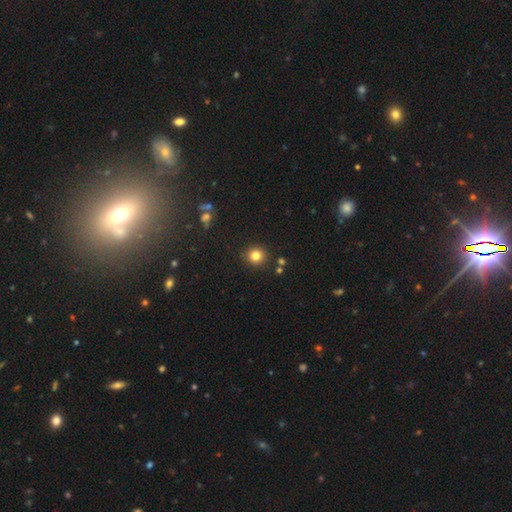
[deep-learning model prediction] smooth-or-featured: smooth: 81% | star or artifact: 13% | featured or disk: 6%
  how-rounded: round: 89% | in between: 10% | cigar-shaped: 1%
  merging: none: 88% | minor disturbance: 7% | merger: 3% | major disturbance: 2%